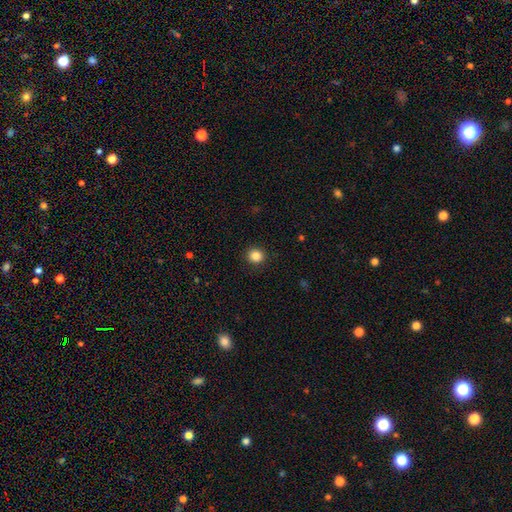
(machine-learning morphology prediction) Smooth or featured? smooth (86%)
How rounded? round (85%)
Merging? none (91%)